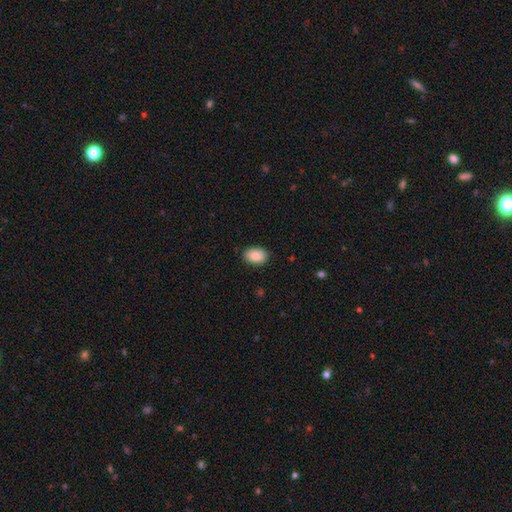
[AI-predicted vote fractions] Smooth or featured?
  - smooth: 89% *
  - star or artifact: 7%
  - featured or disk: 4%
How rounded?
  - in between: 82% *
  - round: 17%
  - cigar-shaped: 1%
Merging?
  - none: 88% *
  - minor disturbance: 9%
  - major disturbance: 2%
  - merger: 1%